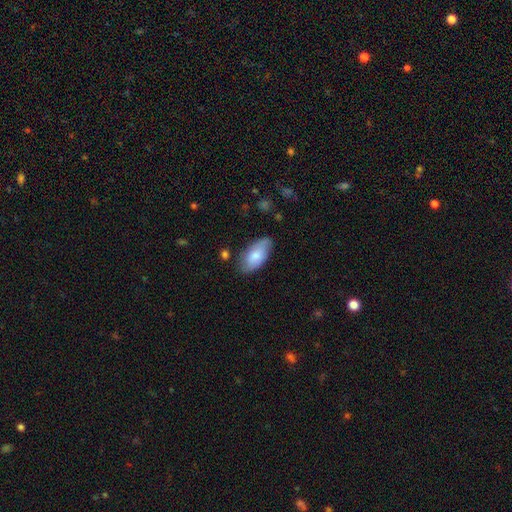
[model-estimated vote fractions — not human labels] This appears to be a smooth galaxy with no disk features (77%) that is in between round and cigar-shaped (93%). Merging: none (72%).